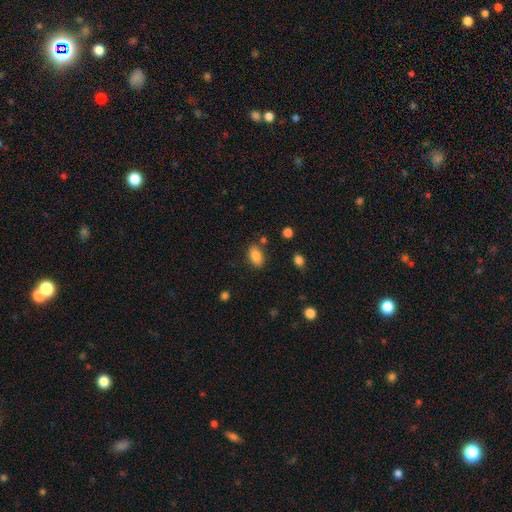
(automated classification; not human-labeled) A smooth galaxy with no disk features (86%) that is in between round and cigar-shaped (90%).

Vote fractions:
- Smooth or featured? smooth: 86% / star or artifact: 9% / featured or disk: 5%
- How rounded? in between: 90% / round: 8% / cigar-shaped: 2%
- Merging? none: 80% / minor disturbance: 12% / merger: 4% / major disturbance: 4%